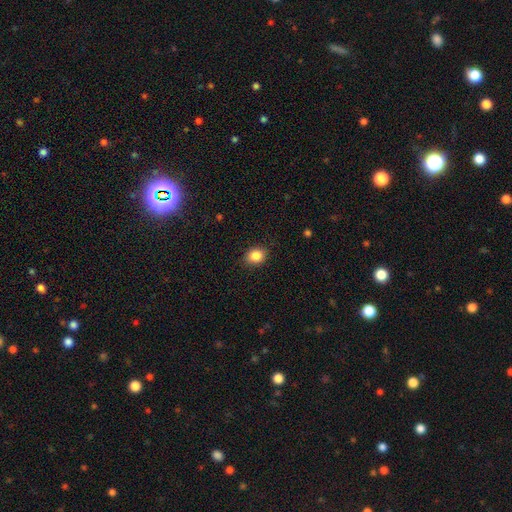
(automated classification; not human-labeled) Smooth or featured? smooth (86%)
How rounded? in between (51%)
Merging? none (87%)